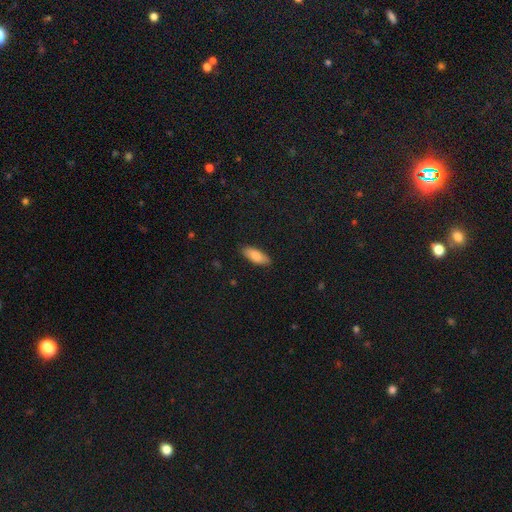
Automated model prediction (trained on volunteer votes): This appears to be a smooth galaxy with no disk features (85%) that is in between round and cigar-shaped (77%). Merging: none (87%).